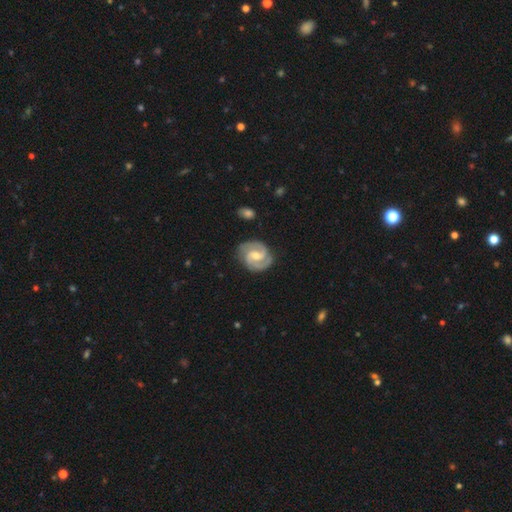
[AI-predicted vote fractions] Smooth or featured? featured or disk (88%)
Edge-on disk? no (98%)
Bar? weak (54%)
Spiral arms? yes (98%)
Spiral winding? tight (47%)
Spiral arm count? 2 (90%)
Bulge size? moderate (60%)
Merging? none (82%)